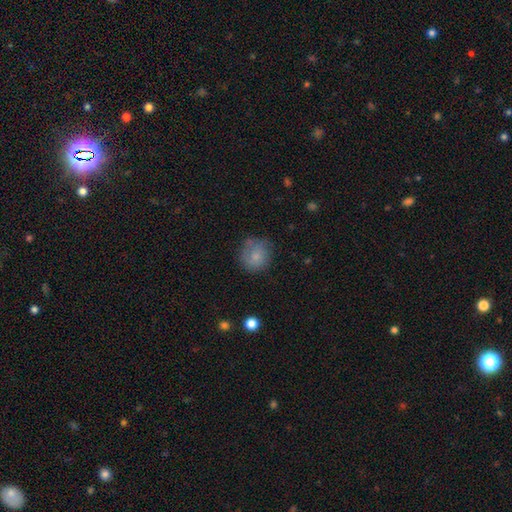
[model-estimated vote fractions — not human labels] Smooth or featured? Predicted: smooth (p=0.76). How rounded? Predicted: round (p=0.88). Merging? Predicted: none (p=0.67).